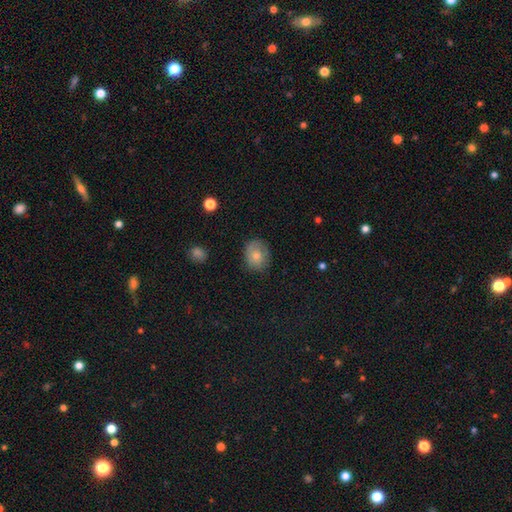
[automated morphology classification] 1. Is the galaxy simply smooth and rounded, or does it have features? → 74% smooth, 18% featured or disk, 8% star or artifact.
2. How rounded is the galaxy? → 56% round, 43% in between, 1% cigar-shaped.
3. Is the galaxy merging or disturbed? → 73% none, 20% minor disturbance, 5% major disturbance, 1% merger.